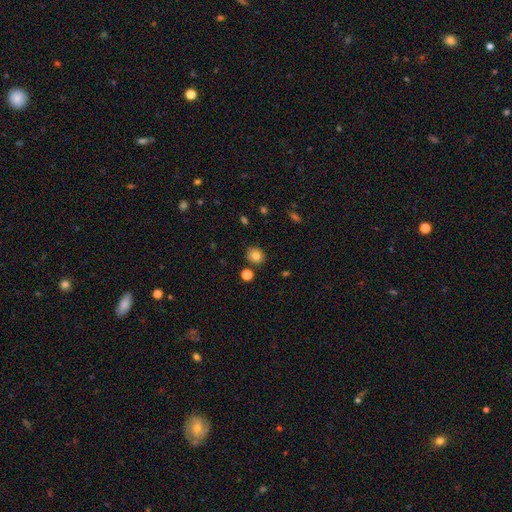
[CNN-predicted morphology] This is clearly a smooth galaxy (82%). How rounded: likely round (76%). Merging: clearly none (84%).